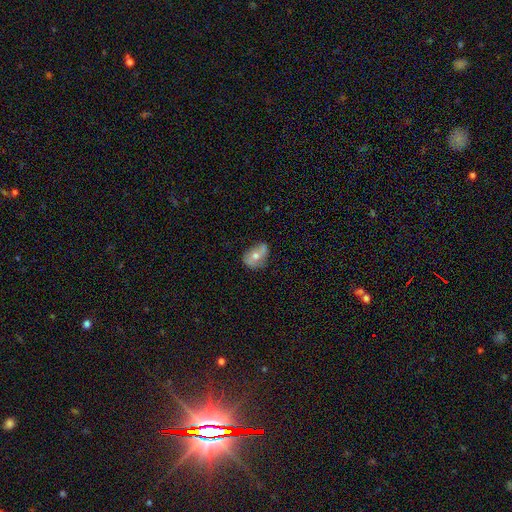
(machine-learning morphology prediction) Smooth or featured?
  - smooth: 46% *
  - featured or disk: 44%
  - star or artifact: 10%
Merging?
  - none: 54% *
  - minor disturbance: 31%
  - major disturbance: 10%
  - merger: 5%